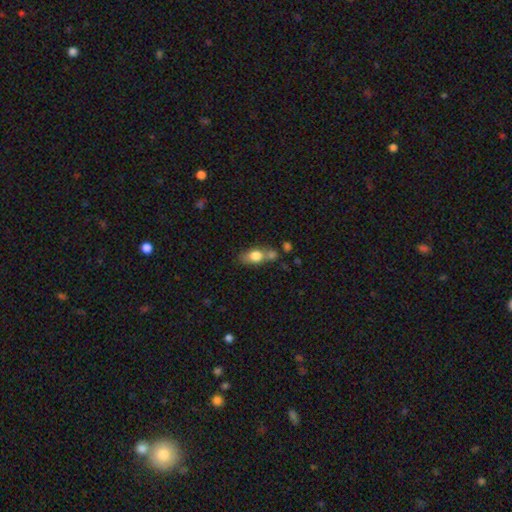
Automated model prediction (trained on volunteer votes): A smooth galaxy with no disk features (75%) that is in between round and cigar-shaped (71%). Merging: none (41%).